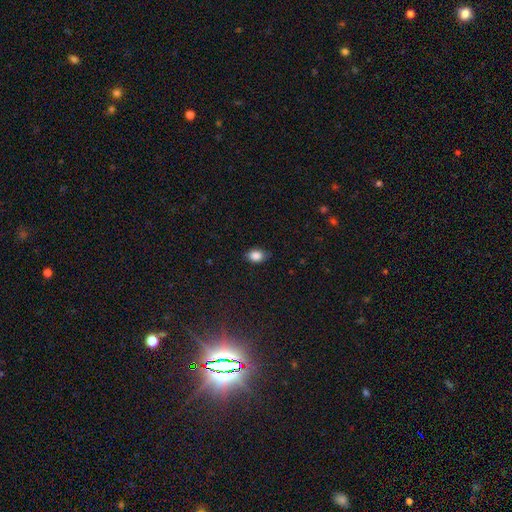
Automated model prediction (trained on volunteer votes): smooth-or-featured: smooth: 86% | star or artifact: 9% | featured or disk: 5%
  how-rounded: in between: 72% | round: 27% | cigar-shaped: 1%
  merging: none: 75% | minor disturbance: 21% | major disturbance: 3% | merger: 1%